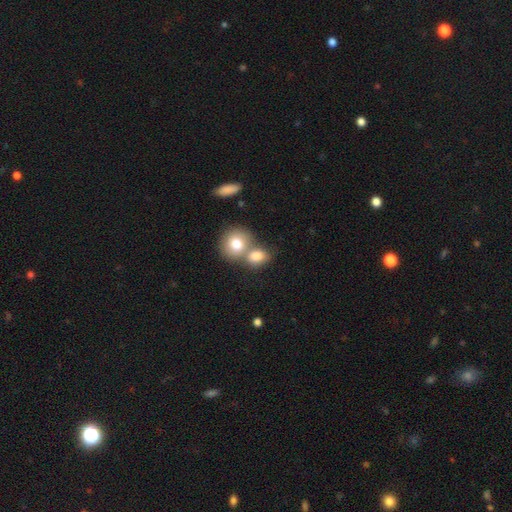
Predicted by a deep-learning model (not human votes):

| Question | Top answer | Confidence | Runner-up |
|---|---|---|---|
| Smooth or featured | smooth | 77% | featured or disk (13%) |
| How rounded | round | 53% | in between (46%) |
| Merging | merger | 52% | none (35%) |